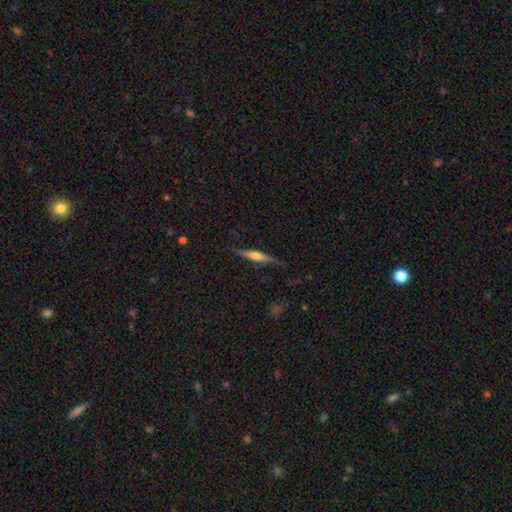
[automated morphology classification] Smooth or featured? featured or disk (66%)
Edge-on disk? yes (96%)
Edge-on bulge? rounded (81%)
Merging? none (79%)